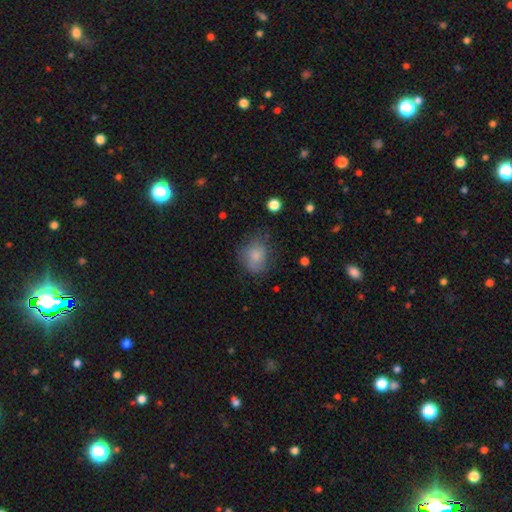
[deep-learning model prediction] Smooth or featured? smooth (78%)
How rounded? round (63%)
Merging? none (59%)